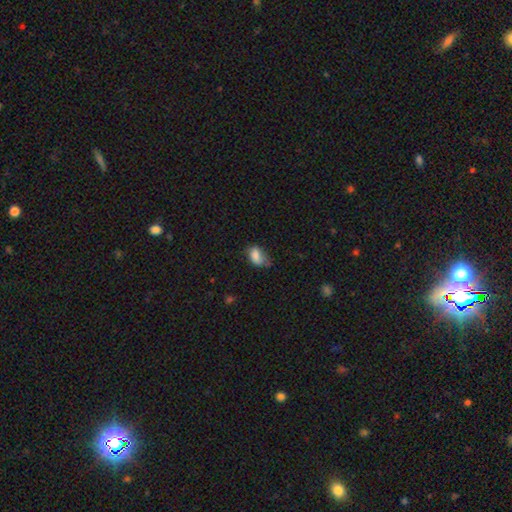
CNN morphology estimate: This appears to be a smooth galaxy with no disk features (78%) that is in between round and cigar-shaped (87%). Merging: minor disturbance (40%).